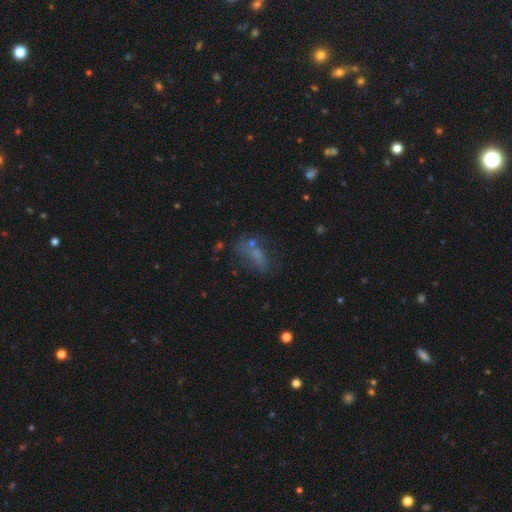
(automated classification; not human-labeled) A smooth galaxy with no disk features (49%).

Vote fractions:
- Smooth or featured? smooth: 49% / featured or disk: 27% / star or artifact: 24%
- Merging? none: 43% / major disturbance: 20% / minor disturbance: 19% / merger: 18%